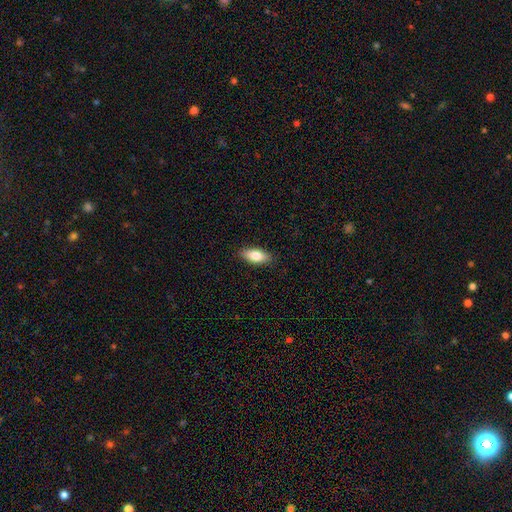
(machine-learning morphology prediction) smooth 81%, featured or disk 13%, star or artifact 7%. Down the decision tree: how rounded — in between (85%); merging — none (88%).